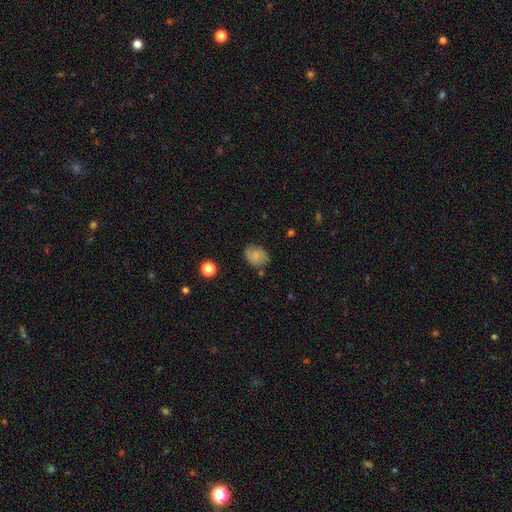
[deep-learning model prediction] Smooth or featured?
  - smooth: 69% *
  - featured or disk: 20%
  - star or artifact: 10%
How rounded?
  - in between: 58% *
  - round: 41%
  - cigar-shaped: 1%
Merging?
  - none: 69% *
  - minor disturbance: 22%
  - major disturbance: 6%
  - merger: 3%